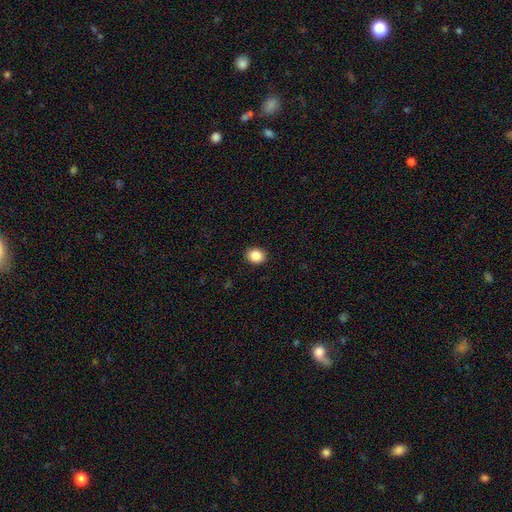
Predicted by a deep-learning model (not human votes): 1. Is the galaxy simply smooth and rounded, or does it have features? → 87% smooth, 9% star or artifact, 4% featured or disk.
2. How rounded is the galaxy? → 66% round, 34% in between, 1% cigar-shaped.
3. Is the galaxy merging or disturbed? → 92% none, 5% minor disturbance, 2% major disturbance, 1% merger.